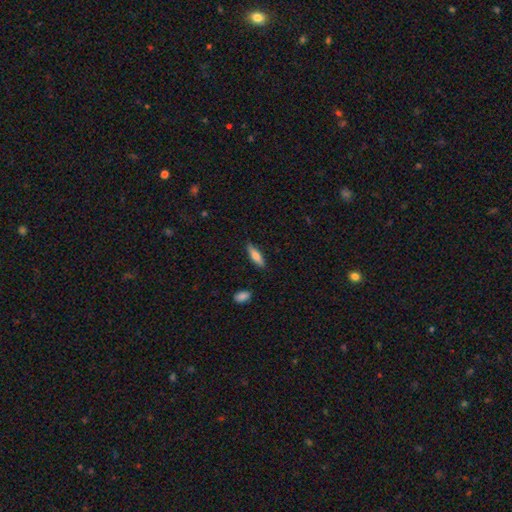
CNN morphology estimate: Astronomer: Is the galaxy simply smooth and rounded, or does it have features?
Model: smooth — 71%.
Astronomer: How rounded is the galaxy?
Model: cigar-shaped — 66%.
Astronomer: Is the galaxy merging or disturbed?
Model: none — 84%.